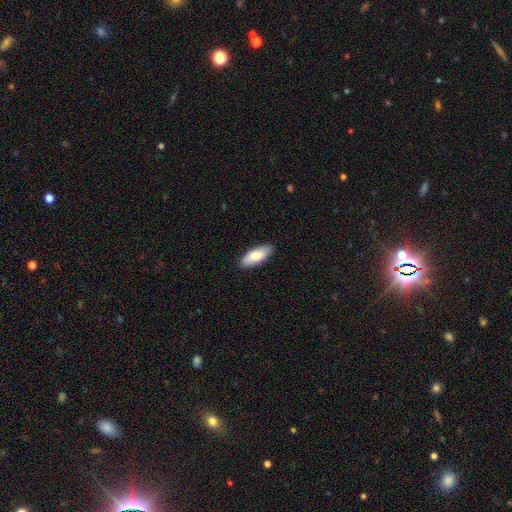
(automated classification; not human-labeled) Smooth or featured: smooth — 81% (featured or disk — 14%)
How rounded: in between — 81% (cigar-shaped — 18%)
Merging: none — 88% (minor disturbance — 9%)